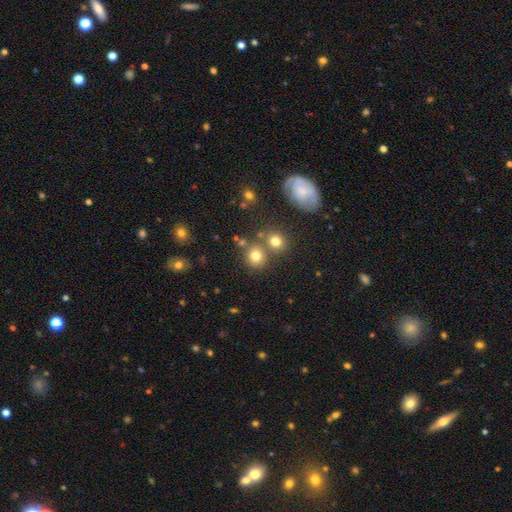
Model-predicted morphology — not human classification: This appears to be a smooth galaxy with no disk features (75%) that is round (83%). Merging: none (66%).